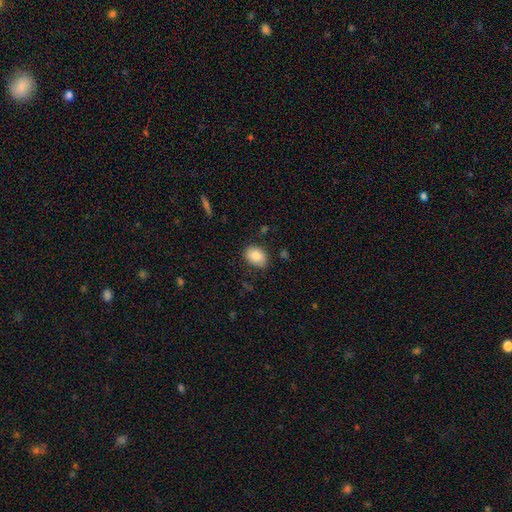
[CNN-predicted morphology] This is clearly a smooth galaxy (85%). How rounded: likely in between (75%). Merging: clearly none (82%).